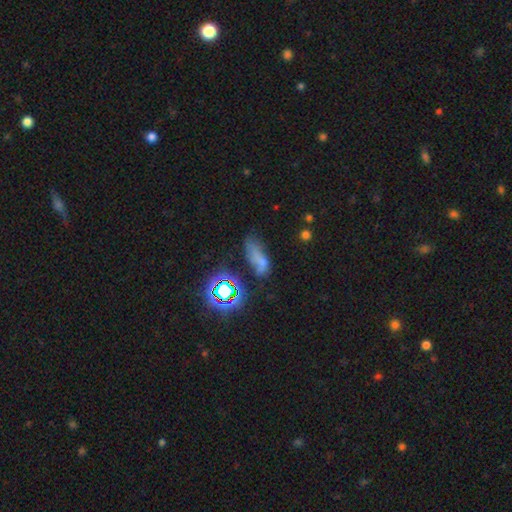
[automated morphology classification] smooth 49%, star or artifact 32%, featured or disk 19%. Down the decision tree: merging — none (43%).